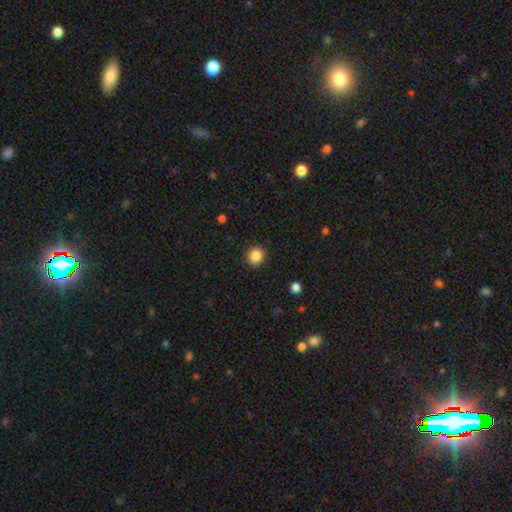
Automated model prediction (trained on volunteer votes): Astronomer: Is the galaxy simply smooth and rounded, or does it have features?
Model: smooth — 86%.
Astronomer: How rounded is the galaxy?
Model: round — 89%.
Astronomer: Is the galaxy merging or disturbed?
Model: none — 91%.